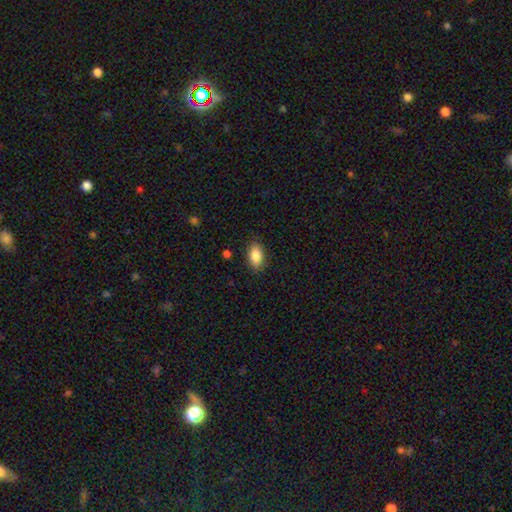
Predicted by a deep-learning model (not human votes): Smooth or featured? smooth (86%)
How rounded? in between (90%)
Merging? none (87%)